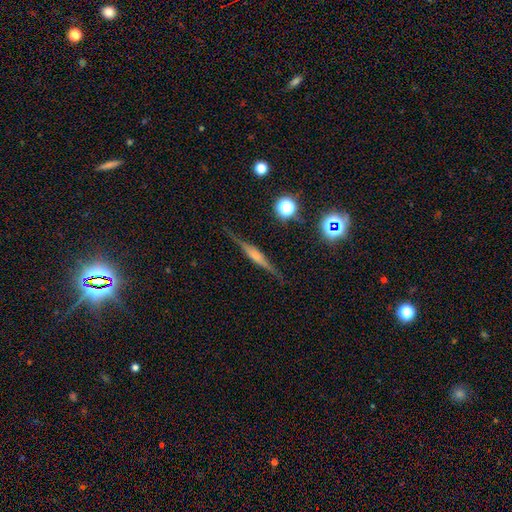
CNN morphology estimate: Overall: featured or disk (75%). Edge-on disk: yes (97%). Edge-on bulge: rounded (62%; boxy 27%). Merging: none (85%).